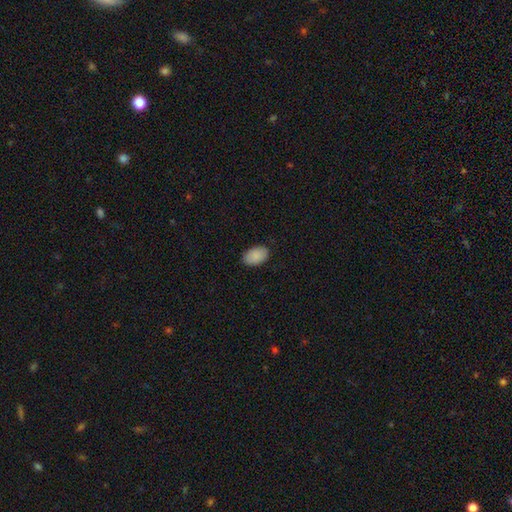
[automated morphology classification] smooth_or_featured: smooth (p=0.90) [alt: star or artifact p=0.06]
how_rounded: in between (p=0.92) [alt: round p=0.07]
merging: none (p=0.88) [alt: minor disturbance p=0.09]